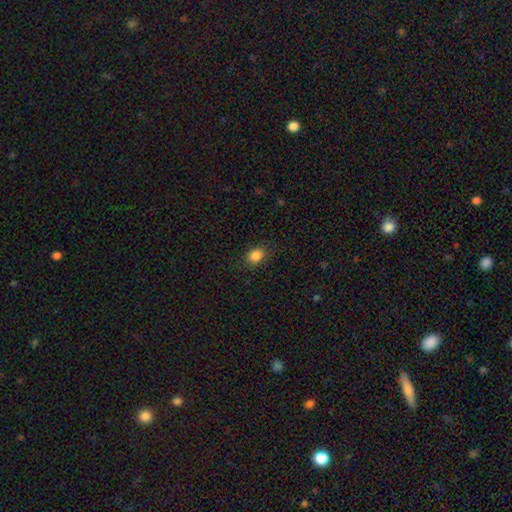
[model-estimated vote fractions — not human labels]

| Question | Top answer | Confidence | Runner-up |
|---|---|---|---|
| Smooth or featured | smooth | 85% | star or artifact (11%) |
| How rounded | round | 50% | in between (49%) |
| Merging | none | 87% | minor disturbance (9%) |